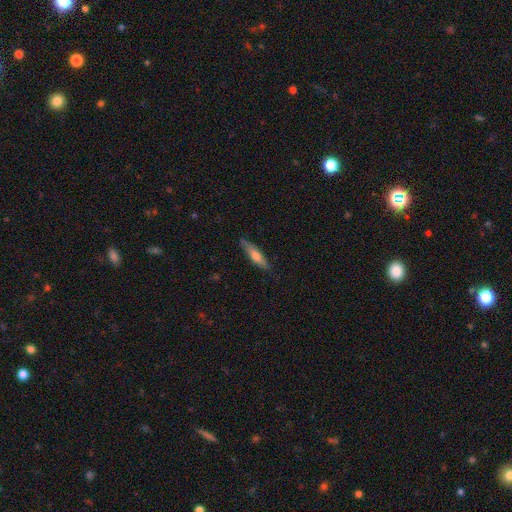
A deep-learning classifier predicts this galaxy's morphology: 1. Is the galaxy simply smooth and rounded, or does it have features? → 57% smooth, 37% featured or disk, 6% star or artifact.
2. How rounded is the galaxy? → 77% cigar-shaped, 22% in between, 2% round.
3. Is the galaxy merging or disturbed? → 83% none, 13% minor disturbance, 2% major disturbance, 1% merger.